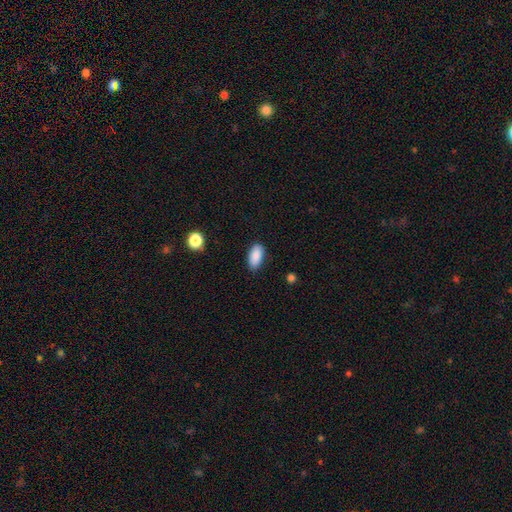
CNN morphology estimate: type=smooth (89%); roundness=in between (92%); merging=none (84%).